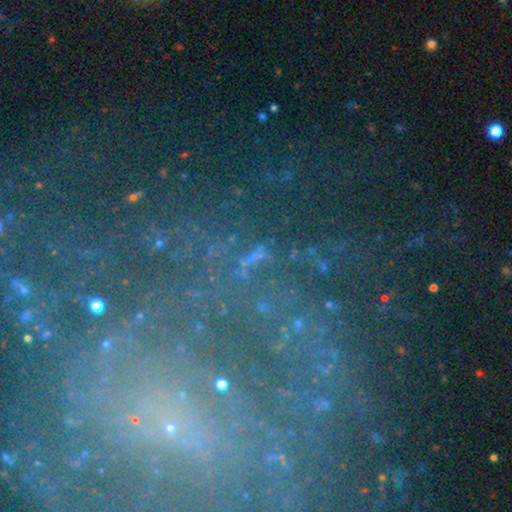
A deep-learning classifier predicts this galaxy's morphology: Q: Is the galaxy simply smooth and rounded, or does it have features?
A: star or artifact — 68%.